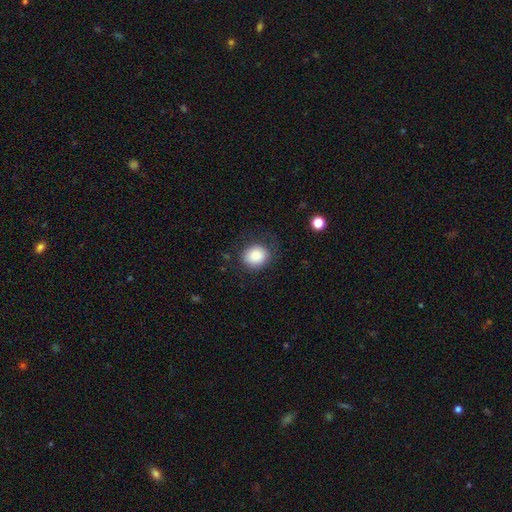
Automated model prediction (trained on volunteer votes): Smooth or featured?
  - smooth: 87% *
  - star or artifact: 8%
  - featured or disk: 5%
How rounded?
  - round: 71% *
  - in between: 28%
  - cigar-shaped: 1%
Merging?
  - none: 76% *
  - minor disturbance: 16%
  - major disturbance: 7%
  - merger: 1%